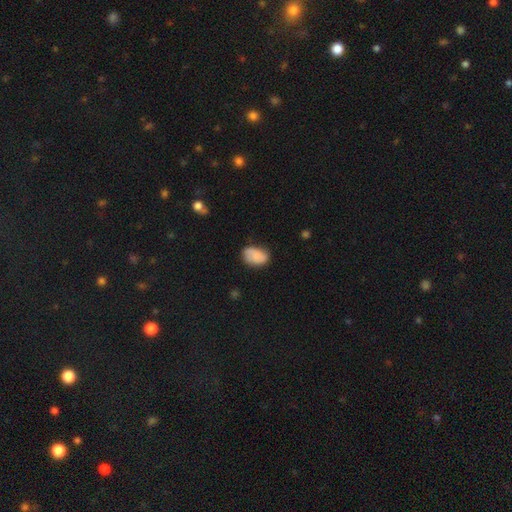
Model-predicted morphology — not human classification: This appears to be a smooth galaxy with no disk features (75%) that is in between round and cigar-shaped (87%). Merging: none (61%).